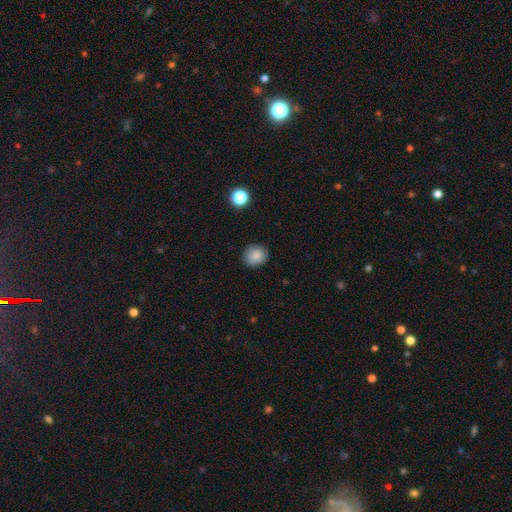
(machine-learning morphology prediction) A smooth galaxy with no disk features (85%) that is round (79%). Merging: none (85%).